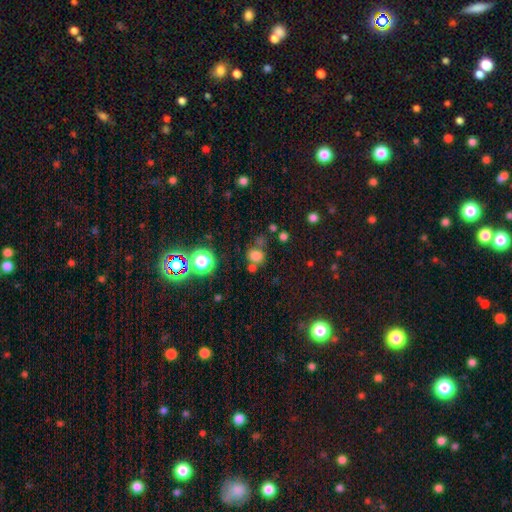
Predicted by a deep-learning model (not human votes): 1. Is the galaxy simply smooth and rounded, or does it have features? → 72% smooth, 20% star or artifact, 8% featured or disk.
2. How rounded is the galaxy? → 71% round, 28% in between, 1% cigar-shaped.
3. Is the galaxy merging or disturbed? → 59% none, 19% merger, 15% minor disturbance, 7% major disturbance.